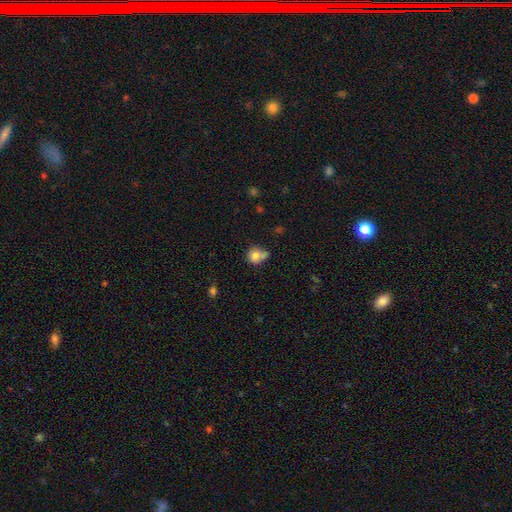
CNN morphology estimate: smooth 78%, featured or disk 11%, star or artifact 10%. Down the decision tree: how rounded — round (76%); merging — none (40%).